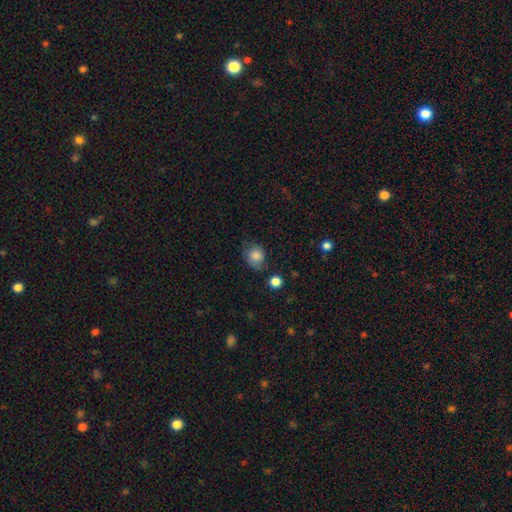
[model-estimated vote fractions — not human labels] Q: Smooth or featured?
A: smooth (82%); runner-up: star or artifact (9%)
Q: How rounded?
A: round (62%); runner-up: in between (37%)
Q: Merging?
A: none (60%); runner-up: minor disturbance (28%)